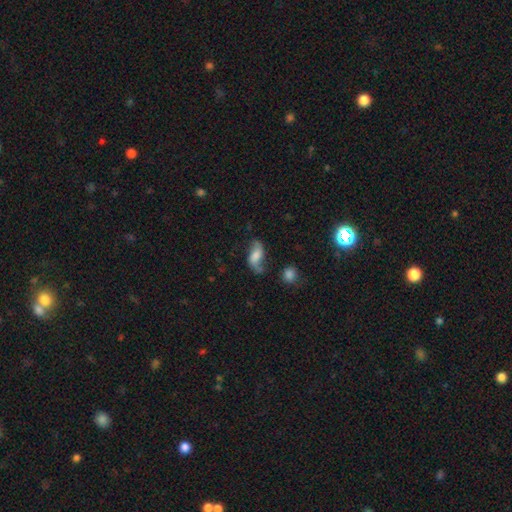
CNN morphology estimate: A featured or disk galaxy (54%). Merging: none (56%).